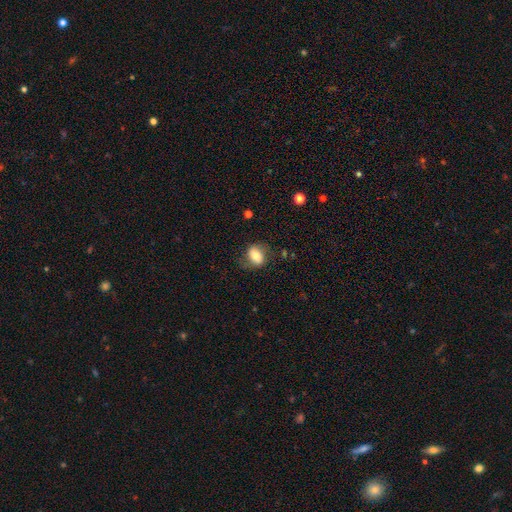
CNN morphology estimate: Overall: smooth (68%). How rounded: in between (64%; round 34%). Merging: none (69%).